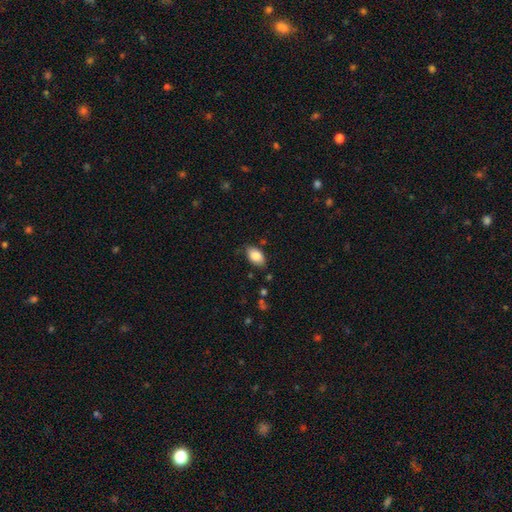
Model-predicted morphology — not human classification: smooth-or-featured: smooth: 86% | featured or disk: 7% | star or artifact: 7%
  how-rounded: in between: 92% | round: 6% | cigar-shaped: 1%
  merging: none: 73% | minor disturbance: 21% | major disturbance: 4% | merger: 2%